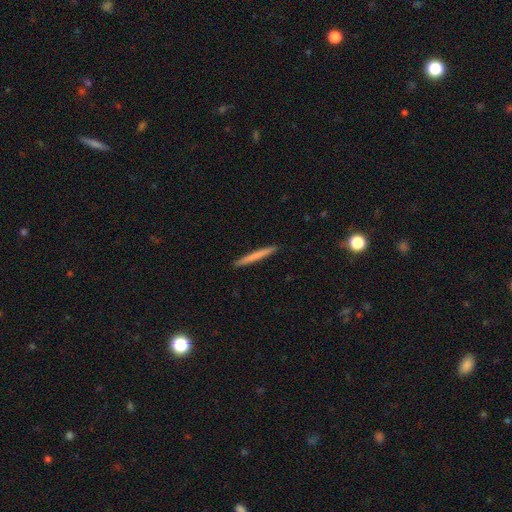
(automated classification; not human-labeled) smooth-or-featured: smooth: 69% | featured or disk: 25% | star or artifact: 5%
  how-rounded: cigar-shaped: 97% | in between: 2% | round: 1%
  merging: none: 93% | minor disturbance: 5% | major disturbance: 1% | merger: 1%